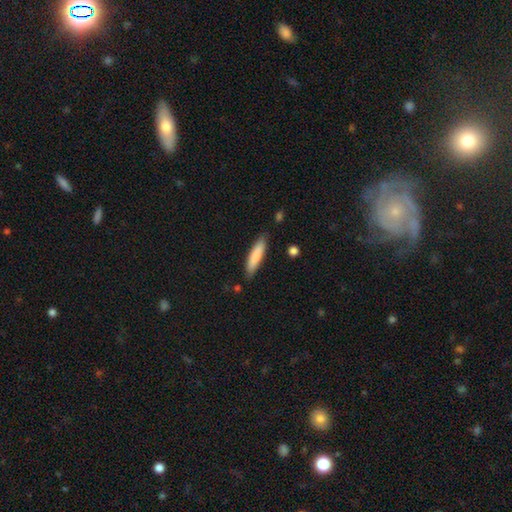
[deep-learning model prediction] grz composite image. It shows a smooth galaxy with no disk features (81%) that is cigar-shaped (79%). Merging: none (85%).